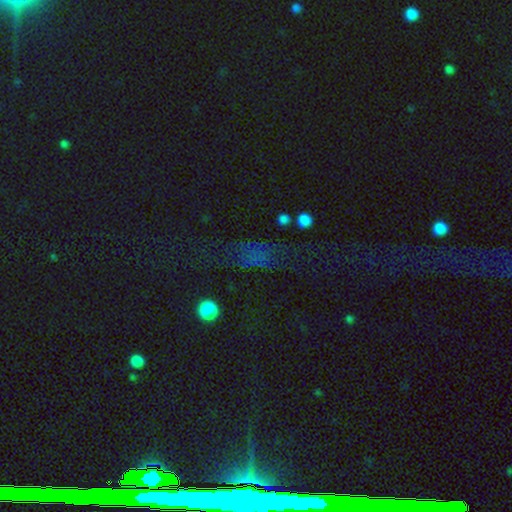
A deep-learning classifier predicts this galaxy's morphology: smooth-or-featured: smooth: 42% (tied) | star or artifact: 42% (tied) | featured or disk: 16%
  merging: none: 56% | major disturbance: 21% | minor disturbance: 18% | merger: 5%